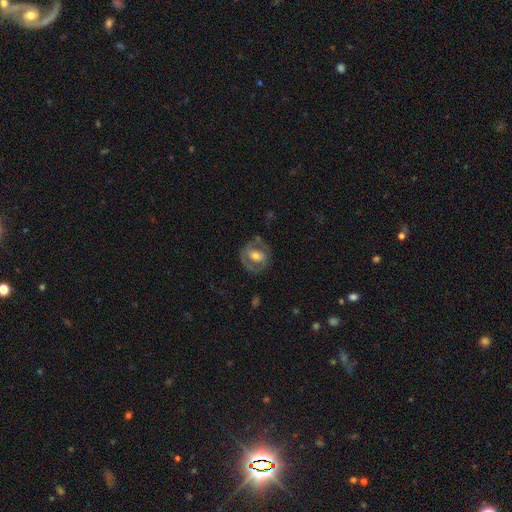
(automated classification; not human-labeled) Morphology: type=featured or disk (63%); edge-on=no (96%); bar=no (42%); spiral arms=yes (50%, tied with no); bulge=moderate (65%); merging=none (66%).